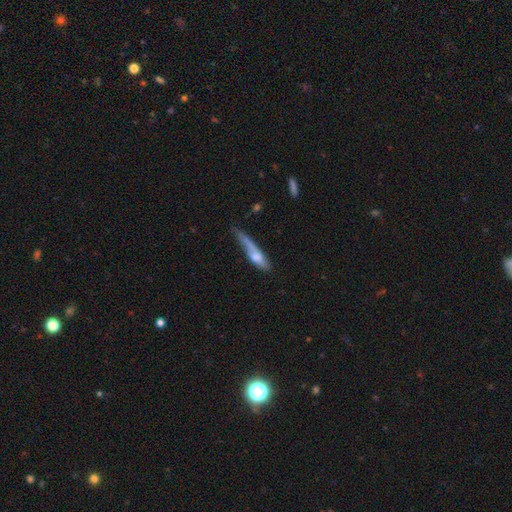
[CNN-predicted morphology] Overall: smooth (60%; featured or disk 33%). How rounded: cigar-shaped (76%). Merging: minor disturbance (31%; major disturbance 30%).